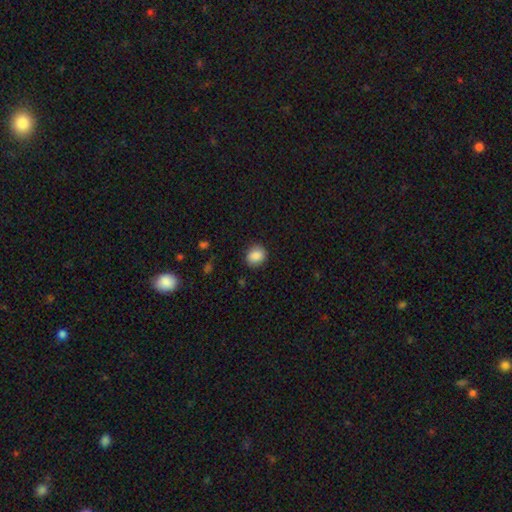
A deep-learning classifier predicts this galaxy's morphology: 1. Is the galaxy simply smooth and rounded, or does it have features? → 87% smooth, 8% star or artifact, 5% featured or disk.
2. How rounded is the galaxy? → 74% round, 25% in between, 1% cigar-shaped.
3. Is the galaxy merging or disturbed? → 86% none, 10% minor disturbance, 3% major disturbance, 1% merger.